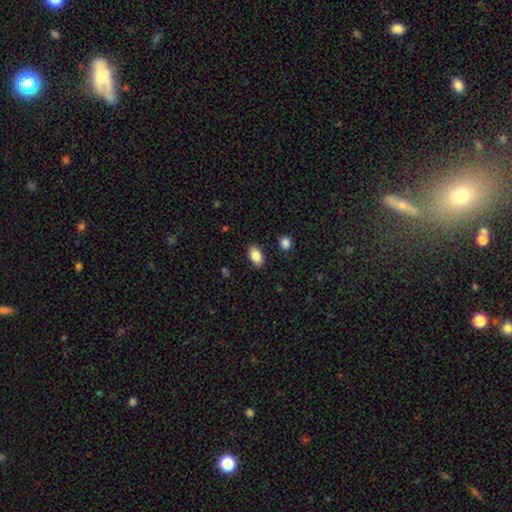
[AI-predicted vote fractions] smooth-or-featured: smooth: 86% | star or artifact: 8% | featured or disk: 7%
  how-rounded: in between: 90% | round: 8% | cigar-shaped: 2%
  merging: none: 87% | minor disturbance: 9% | major disturbance: 2% | merger: 2%